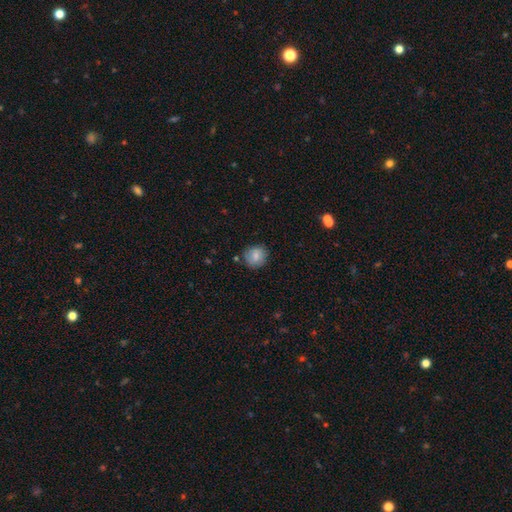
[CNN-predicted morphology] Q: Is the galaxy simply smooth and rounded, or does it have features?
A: smooth — 82%.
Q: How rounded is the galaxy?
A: round — 82%.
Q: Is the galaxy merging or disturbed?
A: none — 81%.